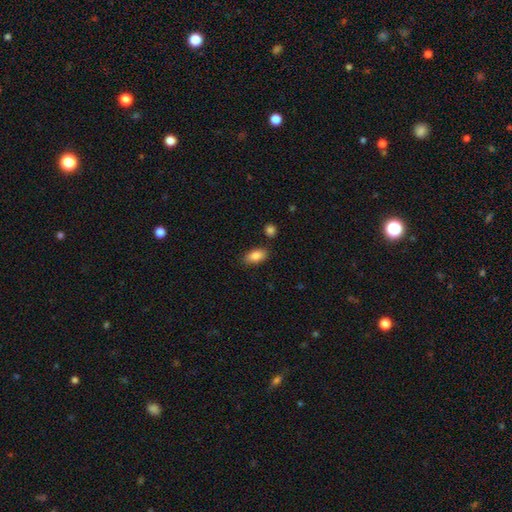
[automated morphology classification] Smooth or featured?
  - smooth: 87% *
  - star or artifact: 7%
  - featured or disk: 6%
How rounded?
  - in between: 90% *
  - cigar-shaped: 5%
  - round: 4%
Merging?
  - none: 82% *
  - minor disturbance: 12%
  - merger: 4%
  - major disturbance: 3%